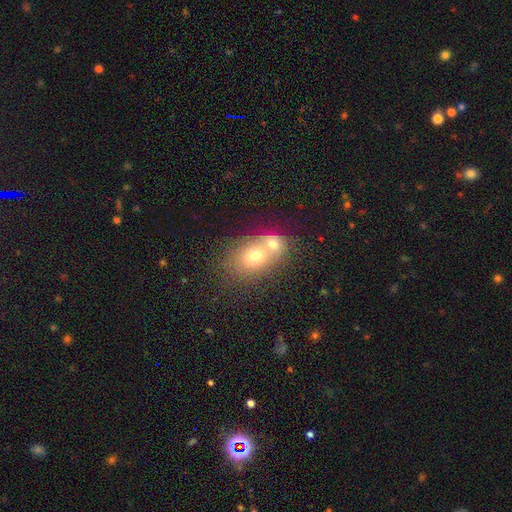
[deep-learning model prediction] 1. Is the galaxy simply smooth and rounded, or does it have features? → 66% smooth, 22% featured or disk, 12% star or artifact.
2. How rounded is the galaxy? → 58% in between, 41% round, 1% cigar-shaped.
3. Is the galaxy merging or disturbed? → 62% merger, 27% none, 7% minor disturbance, 4% major disturbance.